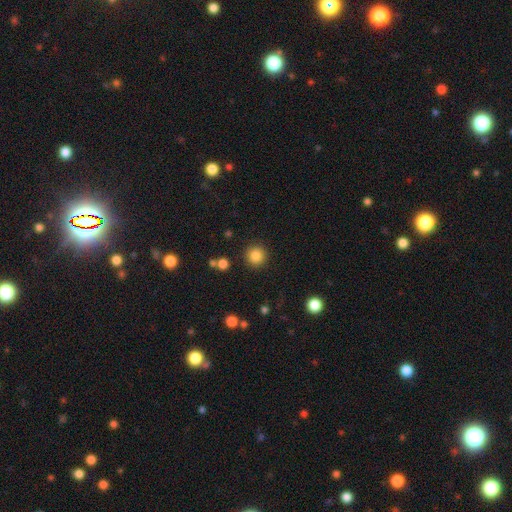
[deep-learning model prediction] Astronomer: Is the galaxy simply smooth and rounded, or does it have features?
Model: smooth — 85%.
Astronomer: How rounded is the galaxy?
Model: round — 94%.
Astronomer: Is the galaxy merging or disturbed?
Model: none — 90%.